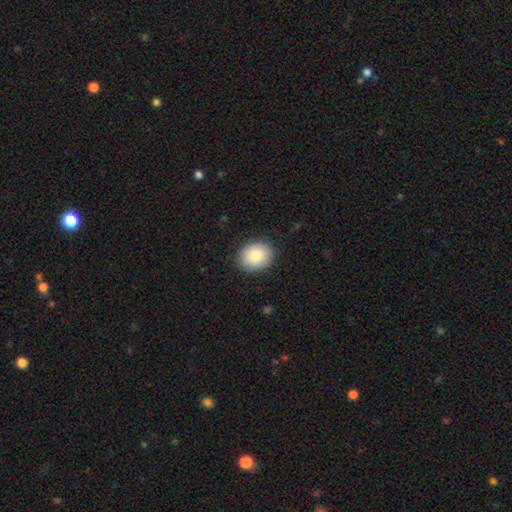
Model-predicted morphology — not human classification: smooth-or-featured: smooth: 85% | star or artifact: 8% | featured or disk: 7%
  how-rounded: round: 63% | in between: 37% | cigar-shaped: 1%
  merging: none: 89% | minor disturbance: 8% | major disturbance: 2% | merger: 1%